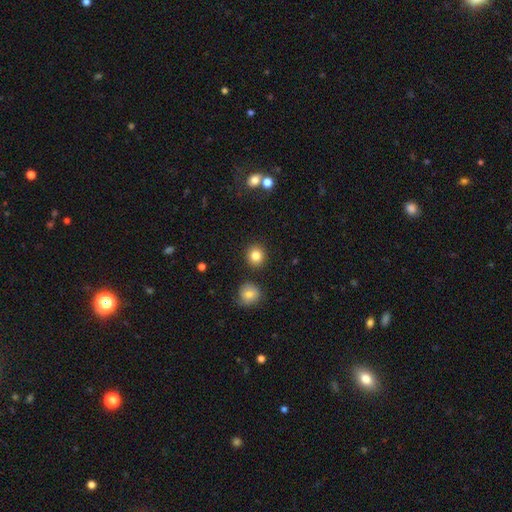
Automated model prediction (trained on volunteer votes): Smooth or featured? smooth (83%)
How rounded? round (89%)
Merging? none (89%)